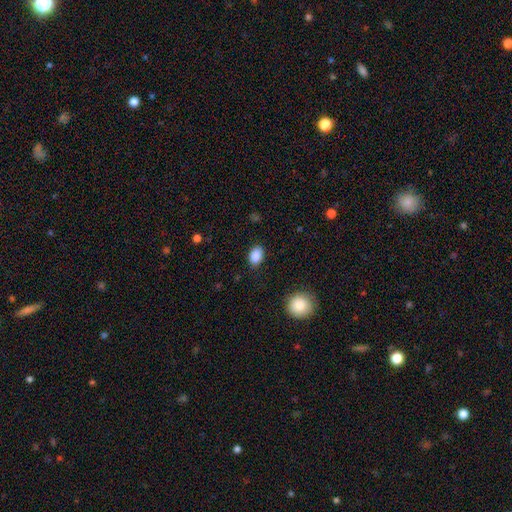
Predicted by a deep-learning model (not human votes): This is clearly a smooth galaxy (88%). How rounded: clearly in between (81%). Merging: clearly none (85%).